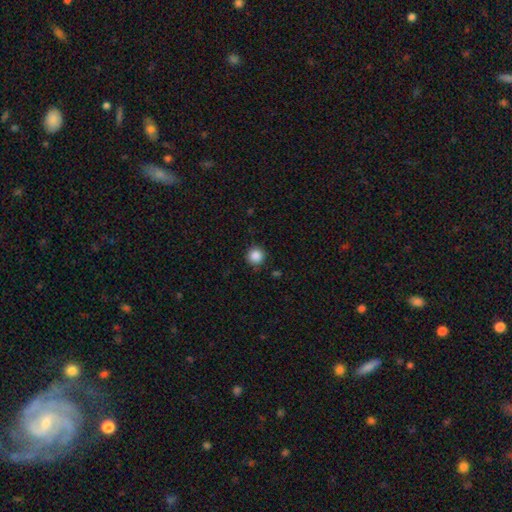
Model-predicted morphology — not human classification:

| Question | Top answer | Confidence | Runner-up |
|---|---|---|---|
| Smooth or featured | smooth | 87% | star or artifact (10%) |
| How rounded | round | 95% | in between (4%) |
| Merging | none | 89% | minor disturbance (8%) |